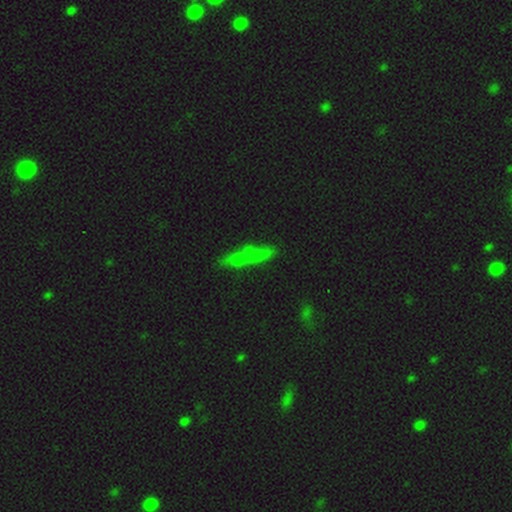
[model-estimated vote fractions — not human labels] smooth 49%, featured or disk 26%, star or artifact 25%. Down the decision tree: merging — none (51%).